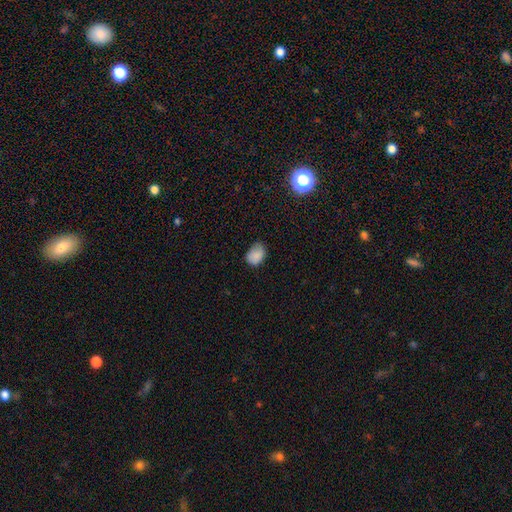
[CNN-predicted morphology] Smooth or featured? smooth (84%)
How rounded? in between (72%)
Merging? none (55%)